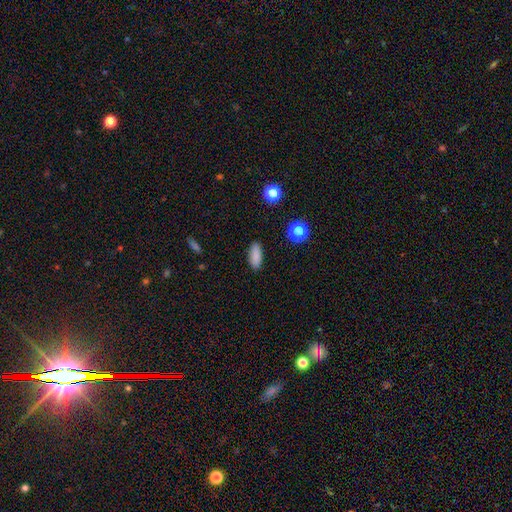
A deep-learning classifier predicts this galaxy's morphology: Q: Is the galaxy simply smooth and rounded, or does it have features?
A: smooth — 87%.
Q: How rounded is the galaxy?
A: in between — 75%.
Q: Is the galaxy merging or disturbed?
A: none — 89%.